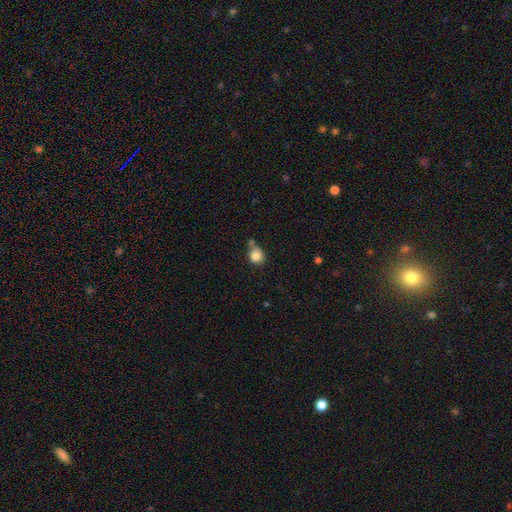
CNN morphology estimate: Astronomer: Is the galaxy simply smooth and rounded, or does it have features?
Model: smooth — 84%.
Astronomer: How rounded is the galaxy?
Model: round — 83%.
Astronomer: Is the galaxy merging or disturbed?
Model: none — 57%.